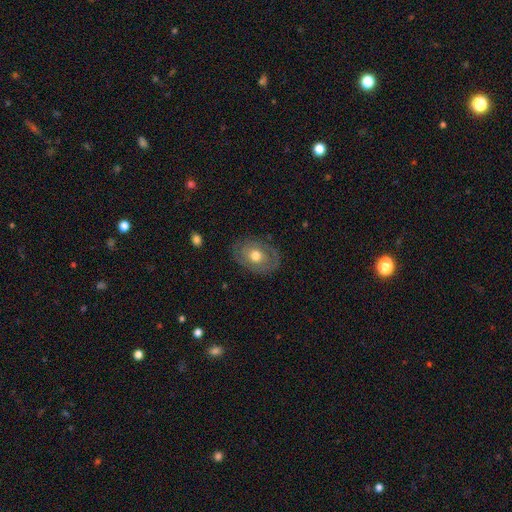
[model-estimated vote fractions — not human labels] Morphology: type=featured or disk (47%); merging=none (78%).